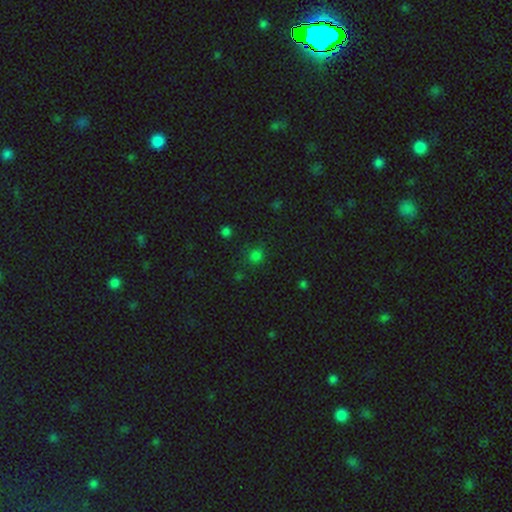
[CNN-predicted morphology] Smooth or featured? smooth (72%)
How rounded? round (89%)
Merging? none (81%)